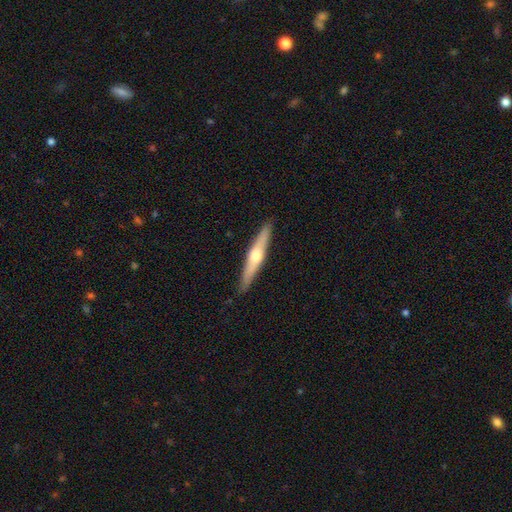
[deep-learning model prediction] Smooth or featured: featured or disk — 64% (smooth — 31%)
Edge-on disk: yes — 96% (no — 4%)
Edge-on bulge: rounded — 91% (none — 6%)
Merging: none — 90% (minor disturbance — 7%)